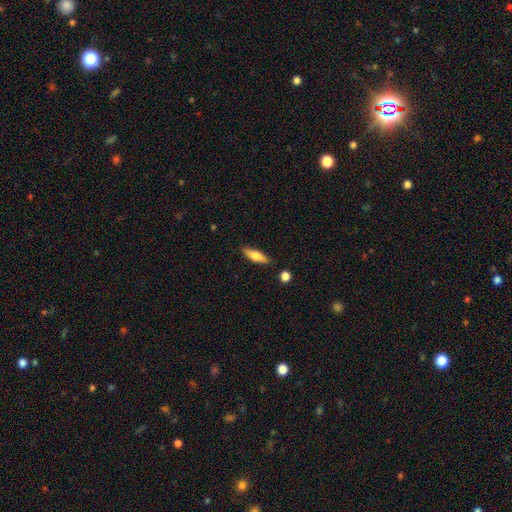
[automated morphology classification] Smooth or featured? smooth (65%)
How rounded? cigar-shaped (54%)
Merging? none (86%)